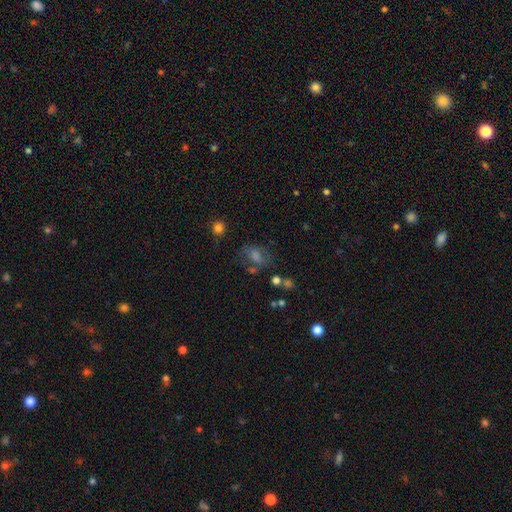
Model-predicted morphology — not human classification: This appears to be a smooth galaxy with no disk features (40%). Merging: none (57%).